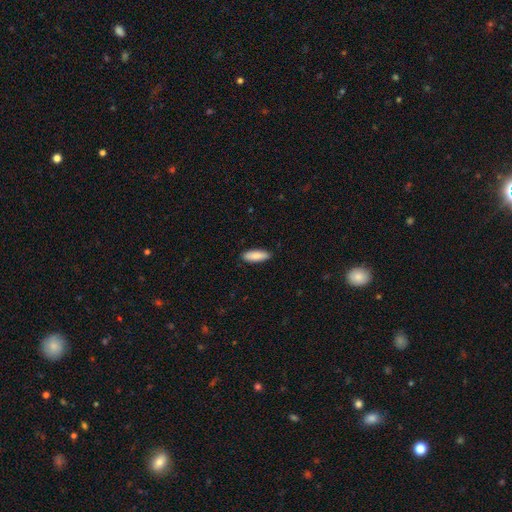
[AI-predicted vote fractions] Overall: smooth (88%). How rounded: in between (62%; cigar-shaped 36%). Merging: none (89%).